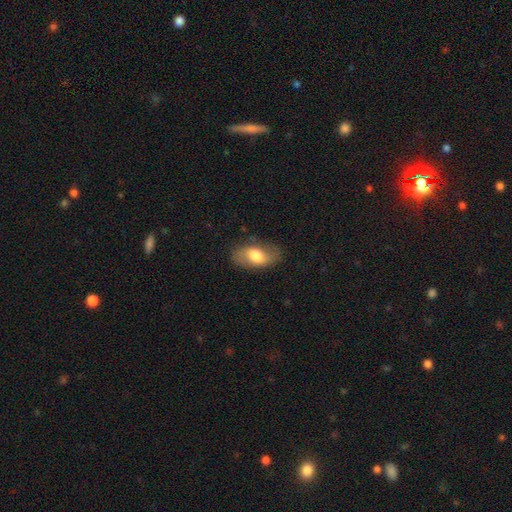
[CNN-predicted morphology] A smooth galaxy with no disk features (60%) that is in between round and cigar-shaped (90%). Merging: none (78%).